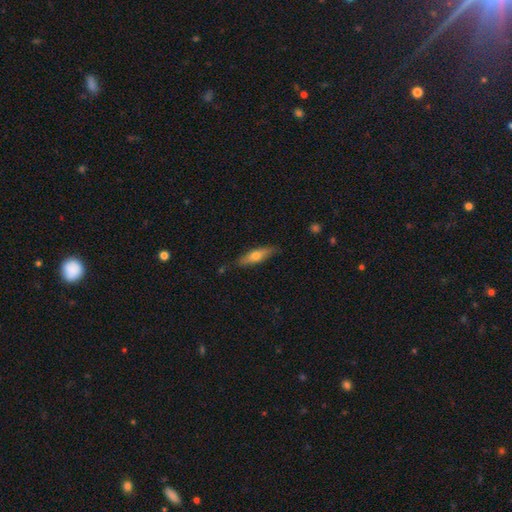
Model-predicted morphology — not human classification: type=smooth (61%); roundness=cigar-shaped (63%); merging=none (80%).